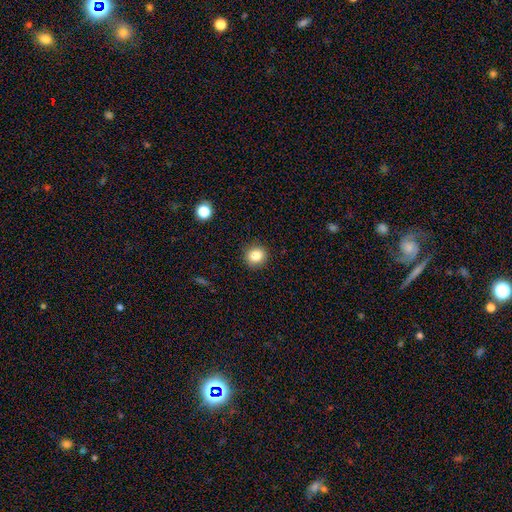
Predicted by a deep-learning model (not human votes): Smooth or featured: smooth — 83% (star or artifact — 11%)
How rounded: round — 88% (in between — 11%)
Merging: none — 91% (minor disturbance — 6%)